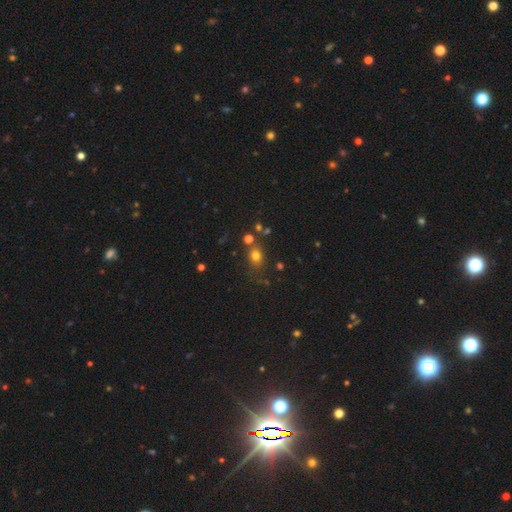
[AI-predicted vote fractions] Overall: smooth (72%). How rounded: round (53%; in between 45%). Merging: none (72%).